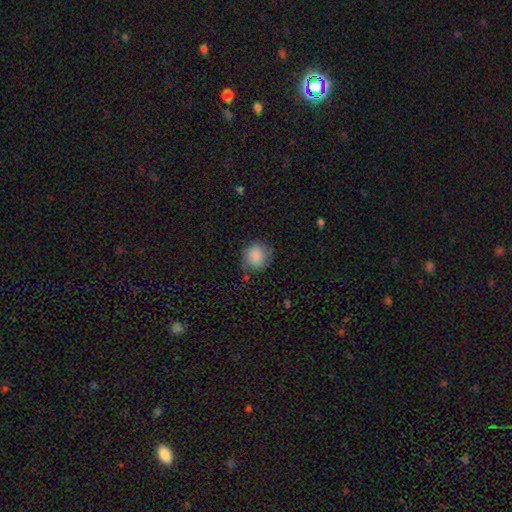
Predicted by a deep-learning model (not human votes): smooth_or_featured: smooth (p=0.85) [alt: star or artifact p=0.08]
how_rounded: round (p=0.84) [alt: in between p=0.15]
merging: none (p=0.68) [alt: minor disturbance p=0.23]